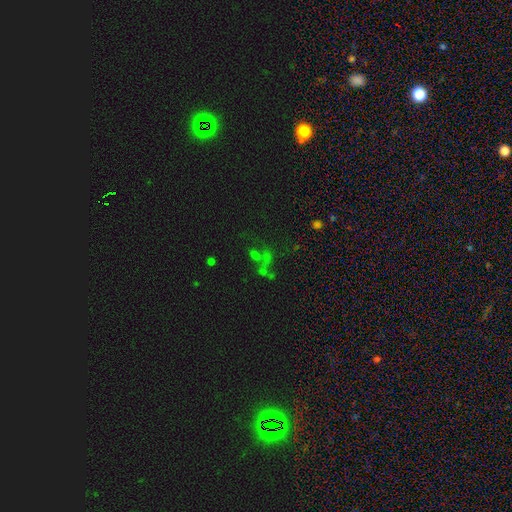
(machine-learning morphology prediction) The model was most divided on "smooth or featured": star or artifact: 43%, smooth: 37%, featured or disk: 20%.